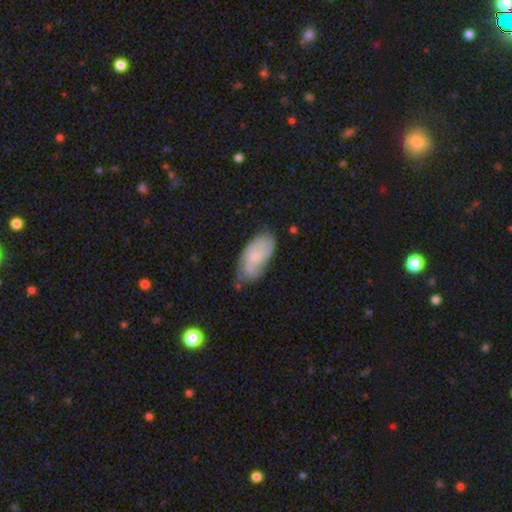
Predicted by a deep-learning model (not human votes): This appears to be a featured or disk galaxy (66%) with no bar (68%), 2 (32%) medium (43%) spiral arms (92%) and a small central bulge (61%). Merging: none (60%).